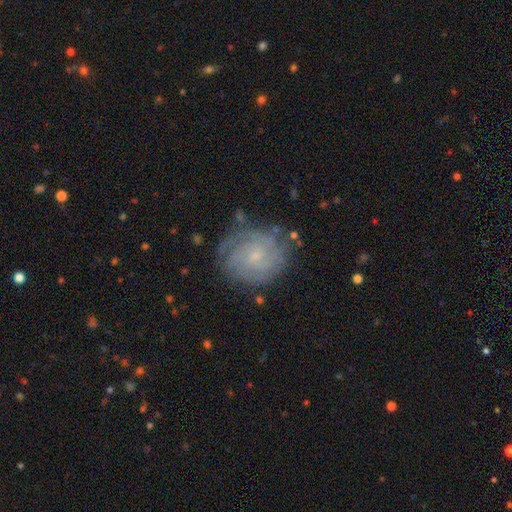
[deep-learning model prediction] Q: Smooth or featured?
A: featured or disk (72%); runner-up: smooth (19%)
Q: Edge-on disk?
A: no (98%); runner-up: yes (2%)
Q: Bar?
A: no (77%); runner-up: weak (20%)
Q: Spiral arms?
A: yes (91%); runner-up: no (9%)
Q: Spiral winding?
A: tight (72%); runner-up: medium (22%)
Q: Spiral arm count?
A: can't tell (44%); runner-up: 3 (15%)
Q: Bulge size?
A: small (81%); runner-up: moderate (13%)
Q: Merging?
A: none (73%); runner-up: minor disturbance (18%)